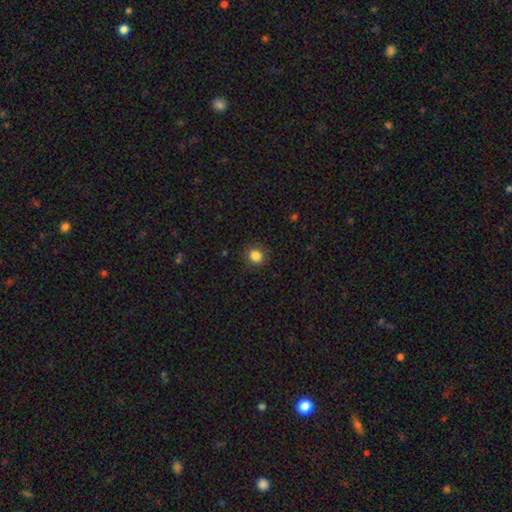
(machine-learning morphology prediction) type=smooth (85%); roundness=round (65%); merging=none (88%).